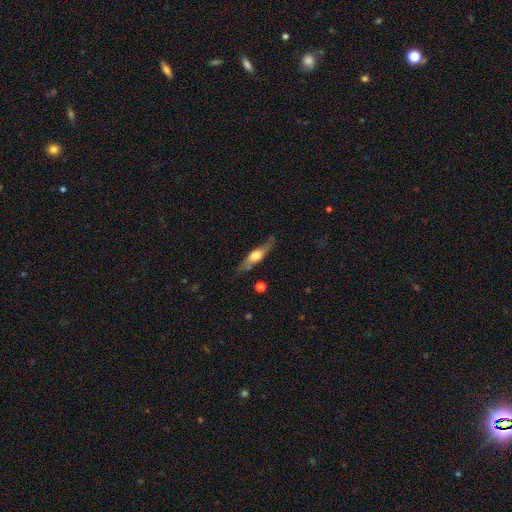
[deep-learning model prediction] Smooth or featured? featured or disk (52%)
Edge-on disk? yes (83%)
Merging? none (76%)